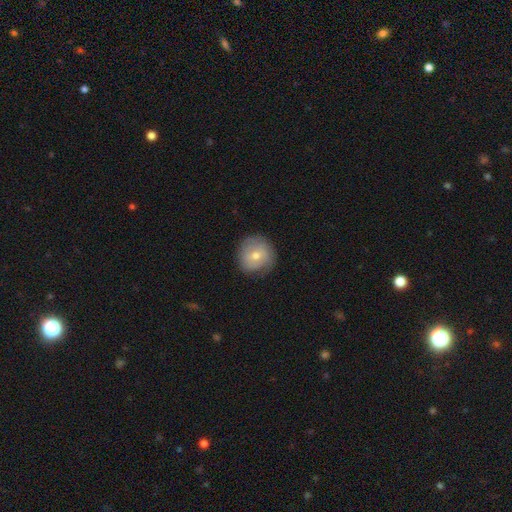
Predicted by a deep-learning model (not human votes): smooth_or_featured: smooth (p=0.56) [alt: featured or disk p=0.36]
how_rounded: round (p=0.91) [alt: in between p=0.08]
merging: none (p=0.79) [alt: minor disturbance p=0.16]